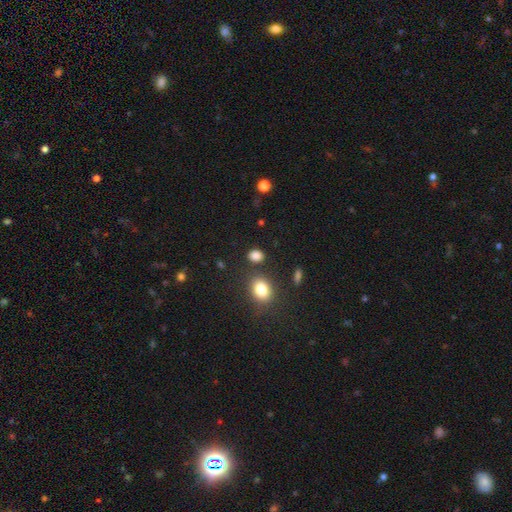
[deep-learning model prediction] A smooth galaxy with no disk features (83%) that is in between round and cigar-shaped (53%). Merging: none (78%).